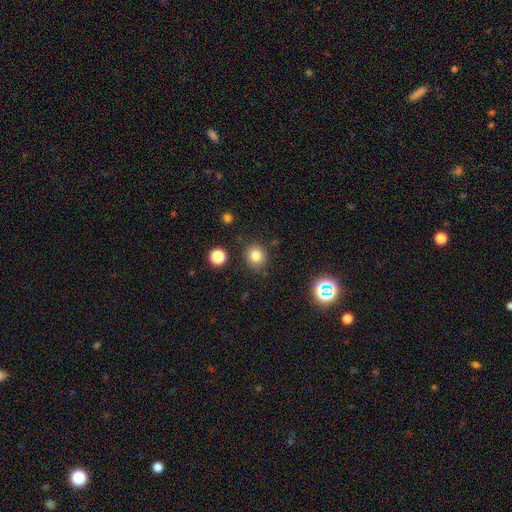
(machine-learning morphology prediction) Overall: smooth (81%). How rounded: round (81%). Merging: none (83%).